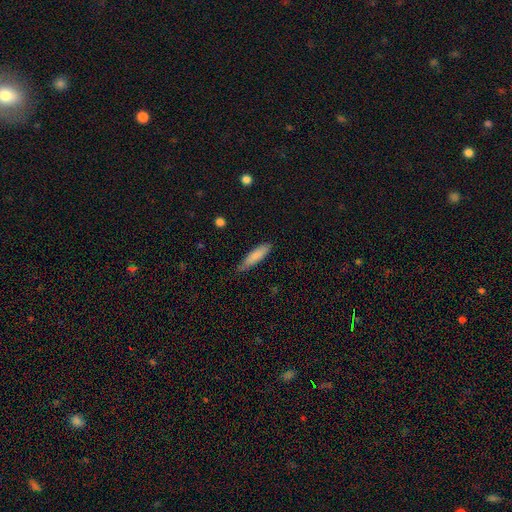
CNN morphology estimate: The model was most divided on "how rounded": cigar-shaped: 74%, in between: 25%, round: 1%. More confident: smooth or featured — smooth (83%); merging — none (73%).